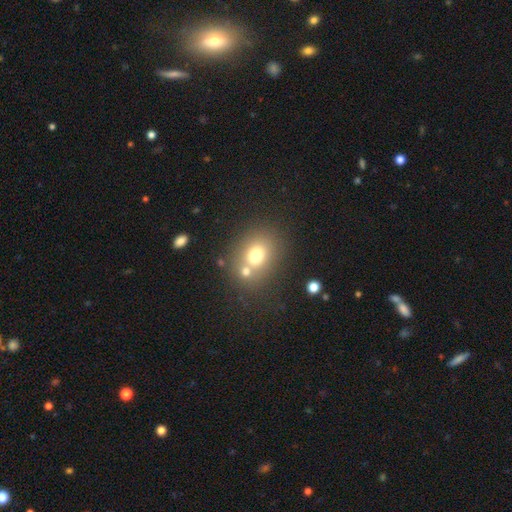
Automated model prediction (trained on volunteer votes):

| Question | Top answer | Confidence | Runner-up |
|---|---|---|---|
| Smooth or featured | smooth | 71% | featured or disk (15%) |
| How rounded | round | 52% | in between (47%) |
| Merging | none | 54% | merger (31%) |